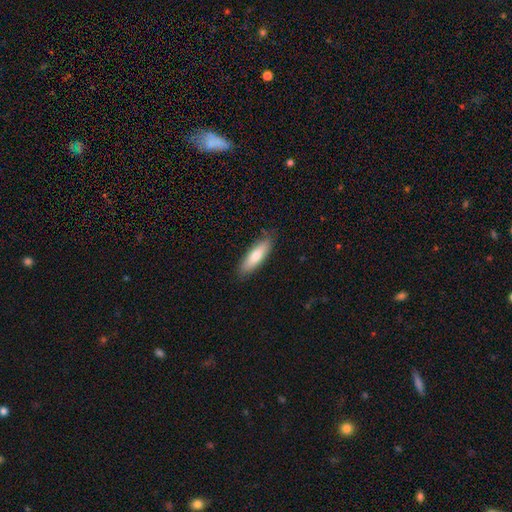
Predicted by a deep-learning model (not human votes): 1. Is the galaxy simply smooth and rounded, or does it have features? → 77% smooth, 18% featured or disk, 6% star or artifact.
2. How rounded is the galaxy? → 58% cigar-shaped, 40% in between, 1% round.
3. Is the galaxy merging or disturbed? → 86% none, 11% minor disturbance, 2% major disturbance, 1% merger.